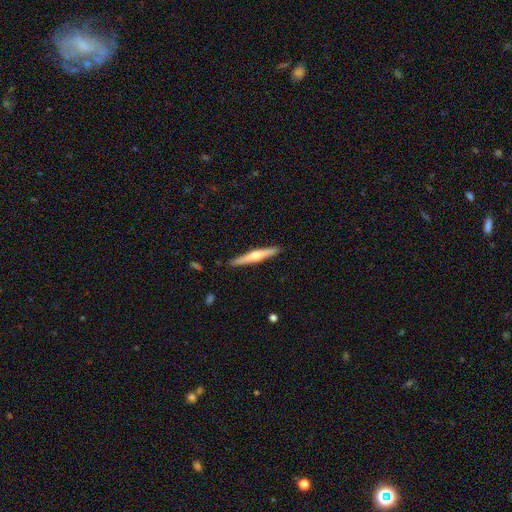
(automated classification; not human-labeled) Q: Smooth or featured?
A: featured or disk (64%); runner-up: smooth (30%)
Q: Edge-on disk?
A: yes (97%); runner-up: no (3%)
Q: Edge-on bulge?
A: rounded (91%); runner-up: none (6%)
Q: Merging?
A: none (90%); runner-up: minor disturbance (7%)